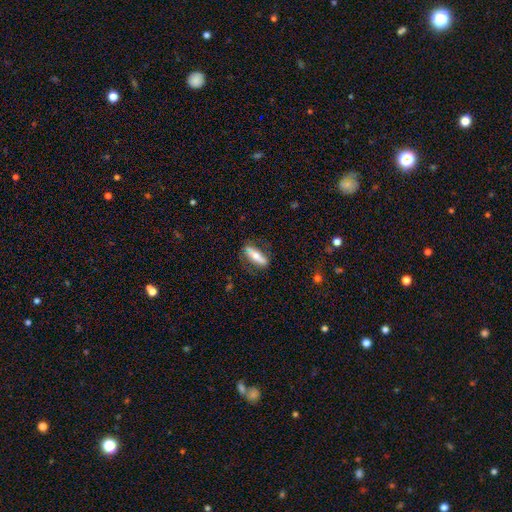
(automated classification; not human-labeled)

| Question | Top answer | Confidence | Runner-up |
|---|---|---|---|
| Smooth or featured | smooth | 49% | featured or disk (44%) |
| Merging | none | 68% | minor disturbance (21%) |